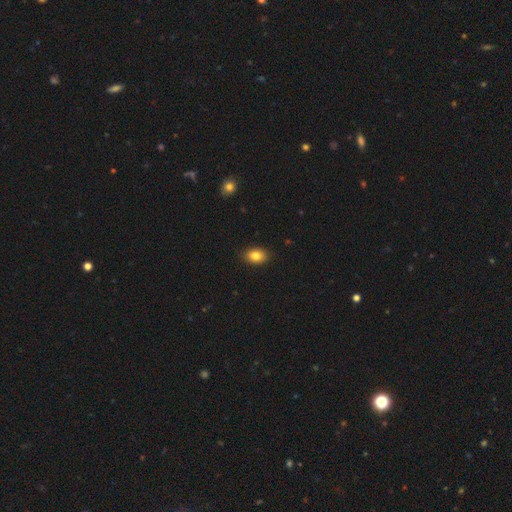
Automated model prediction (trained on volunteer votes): smooth-or-featured: smooth: 84% | star or artifact: 9% | featured or disk: 7%
  how-rounded: in between: 79% | round: 20% | cigar-shaped: 1%
  merging: none: 89% | minor disturbance: 8% | major disturbance: 2% | merger: 1%